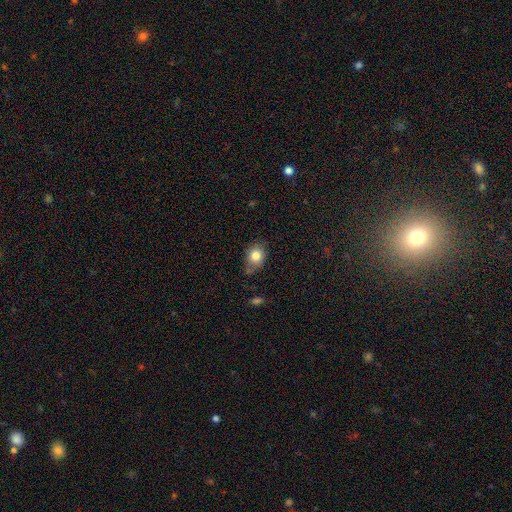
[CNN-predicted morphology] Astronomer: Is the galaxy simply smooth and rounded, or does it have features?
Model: smooth — 81%.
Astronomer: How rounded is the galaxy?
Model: in between — 50% (runner-up: round, 49%).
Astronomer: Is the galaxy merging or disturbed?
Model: none — 63%.